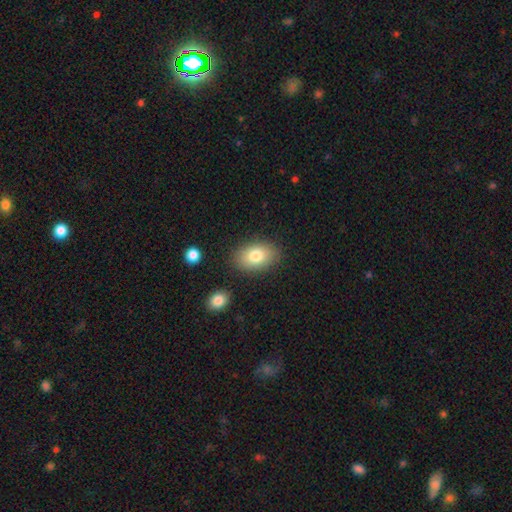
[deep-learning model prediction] This appears to be a smooth galaxy with no disk features (80%) that is in between round and cigar-shaped (88%). Merging: none (84%).